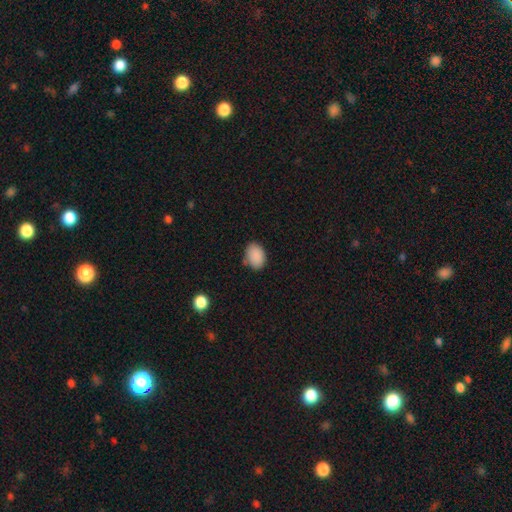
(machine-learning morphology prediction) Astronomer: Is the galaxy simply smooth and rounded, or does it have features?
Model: smooth — 88%.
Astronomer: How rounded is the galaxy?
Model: in between — 77%.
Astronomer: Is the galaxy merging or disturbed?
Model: none — 76%.